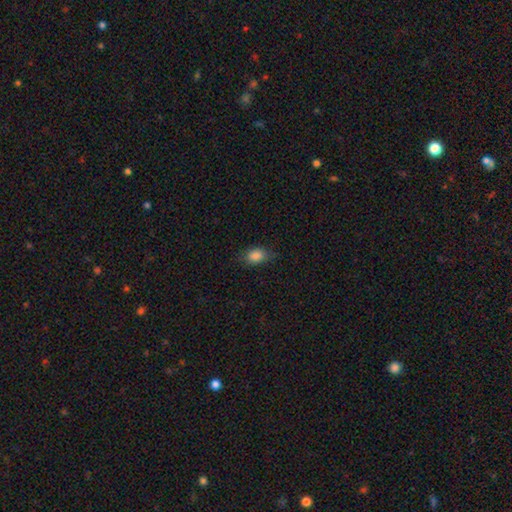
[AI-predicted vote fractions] Smooth or featured? Predicted: smooth (p=0.86). How rounded? Predicted: in between (p=0.78). Merging? Predicted: none (p=0.74).